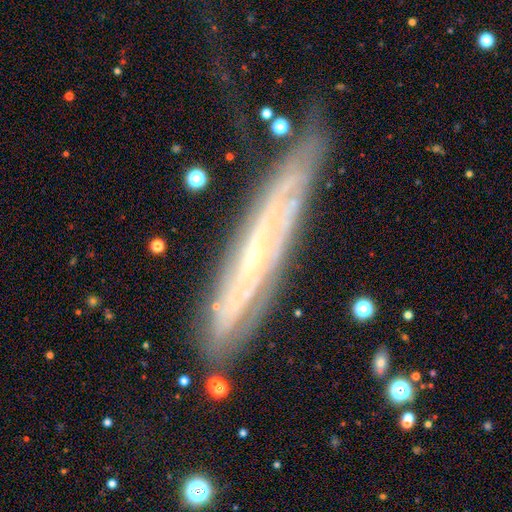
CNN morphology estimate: This appears to be a featured or disk galaxy (80%). Merging: none (72%).